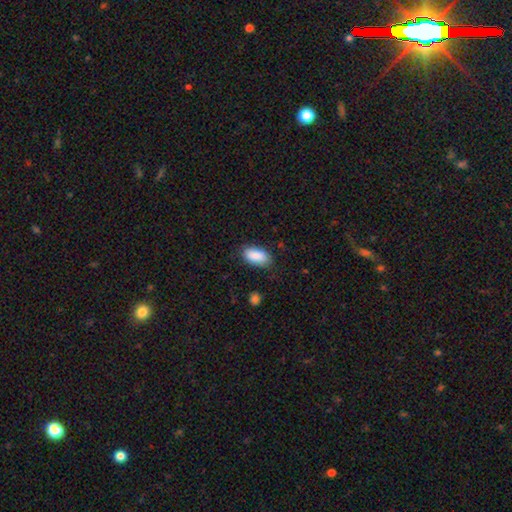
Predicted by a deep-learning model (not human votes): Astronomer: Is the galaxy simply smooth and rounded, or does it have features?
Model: smooth — 89%.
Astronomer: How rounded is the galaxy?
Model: in between — 92%.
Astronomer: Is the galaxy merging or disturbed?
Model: none — 81%.